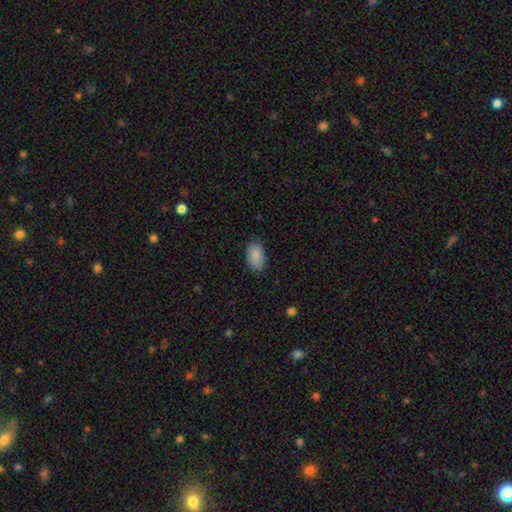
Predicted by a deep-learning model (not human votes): smooth 88%, star or artifact 7%, featured or disk 5%. Down the decision tree: how rounded — in between (92%); merging — none (83%).